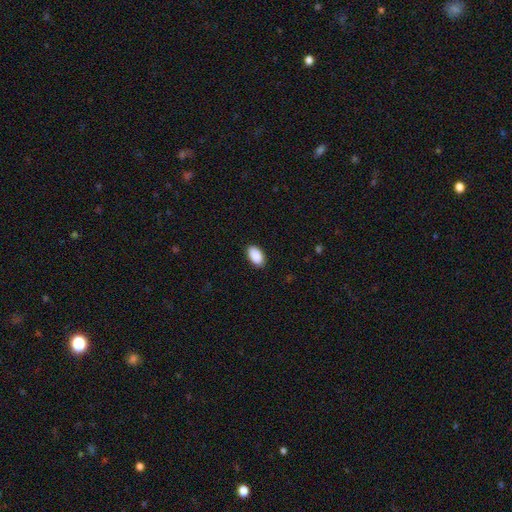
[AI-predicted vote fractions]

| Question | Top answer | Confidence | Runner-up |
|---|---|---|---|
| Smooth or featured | smooth | 91% | star or artifact (6%) |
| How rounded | in between | 95% | round (3%) |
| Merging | none | 88% | minor disturbance (9%) |